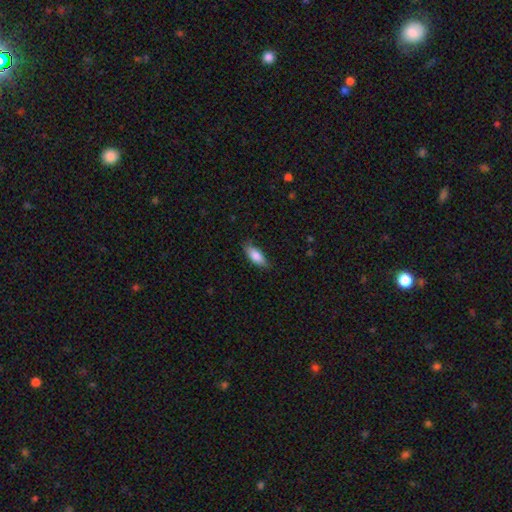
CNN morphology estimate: A smooth galaxy with no disk features (83%) that is in between round and cigar-shaped (78%). Merging: none (80%).